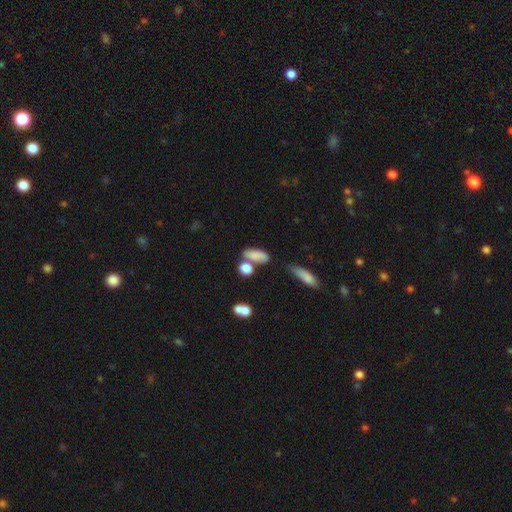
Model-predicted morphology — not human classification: Smooth or featured: smooth — 79% (featured or disk — 11%)
How rounded: in between — 71% (cigar-shaped — 19%)
Merging: none — 50% (merger — 25%)